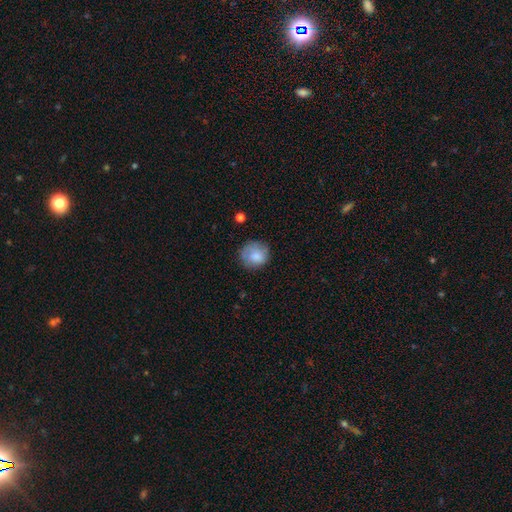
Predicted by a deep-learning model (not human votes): A smooth galaxy with no disk features (80%) that is round (86%).

Vote fractions:
- Smooth or featured? smooth: 80% / featured or disk: 12% / star or artifact: 8%
- How rounded? round: 86% / in between: 14% / cigar-shaped: 1%
- Merging? none: 72% / minor disturbance: 20% / major disturbance: 6% / merger: 2%